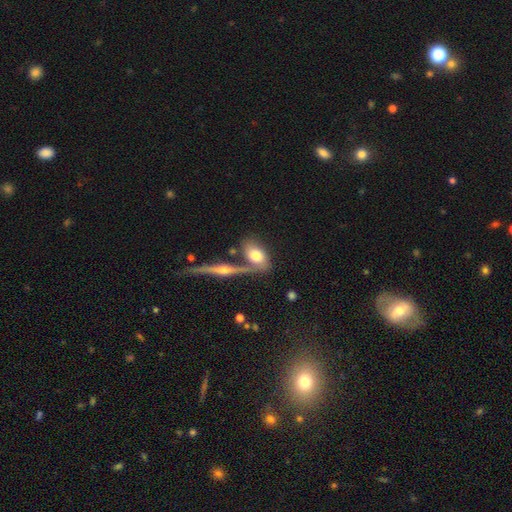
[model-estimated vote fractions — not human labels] Smooth or featured? smooth (65%)
How rounded? in between (80%)
Merging? none (51%)